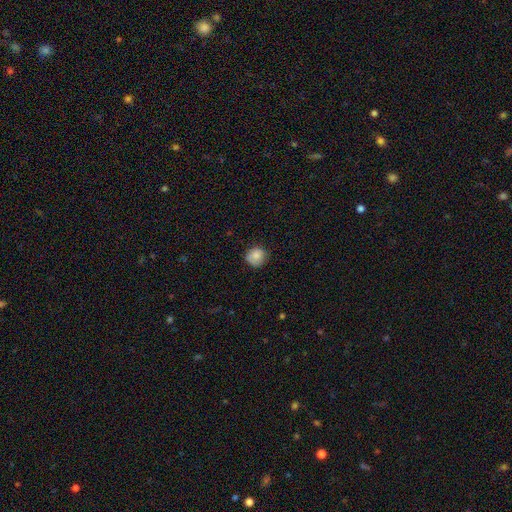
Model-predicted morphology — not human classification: smooth-or-featured: smooth: 84% | star or artifact: 9% | featured or disk: 7%
  how-rounded: round: 87% | in between: 12% | cigar-shaped: 1%
  merging: none: 73% | minor disturbance: 21% | major disturbance: 4% | merger: 1%